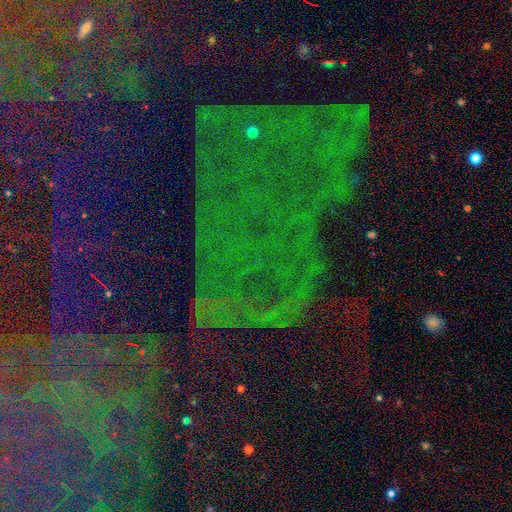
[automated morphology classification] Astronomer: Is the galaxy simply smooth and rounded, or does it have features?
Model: star or artifact — 82%.